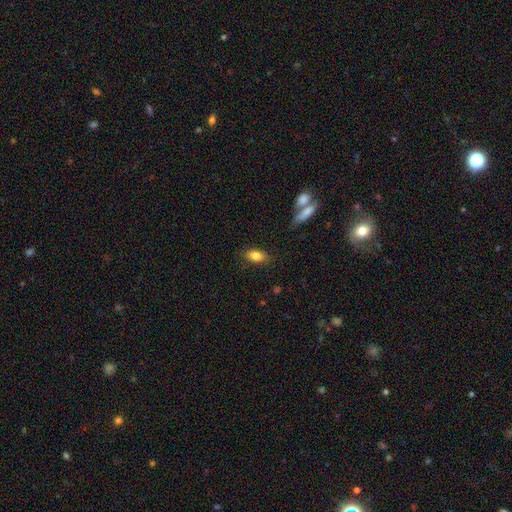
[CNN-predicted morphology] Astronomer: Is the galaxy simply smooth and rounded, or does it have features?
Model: smooth — 82%.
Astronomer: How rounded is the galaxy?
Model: in between — 87%.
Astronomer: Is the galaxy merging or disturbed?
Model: none — 82%.